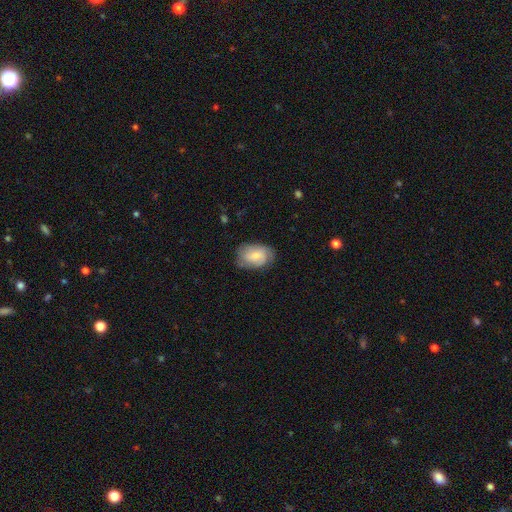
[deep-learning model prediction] smooth 61%, featured or disk 32%, star or artifact 7%. Down the decision tree: how rounded — in between (85%); merging — none (69%).